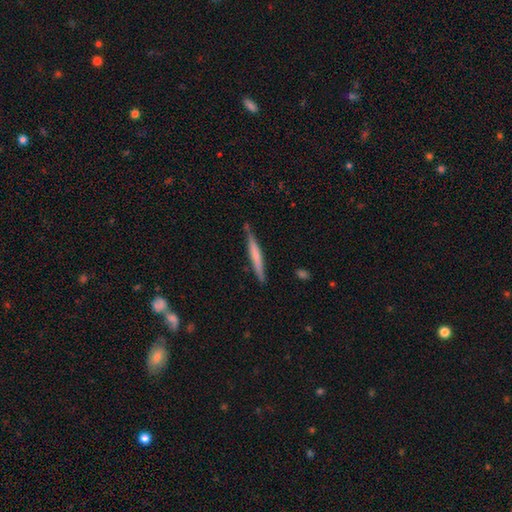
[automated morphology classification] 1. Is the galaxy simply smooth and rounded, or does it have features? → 53% smooth, 42% featured or disk, 6% star or artifact.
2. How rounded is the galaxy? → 95% cigar-shaped, 3% in between, 1% round.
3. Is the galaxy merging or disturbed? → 81% none, 15% minor disturbance, 3% merger, 2% major disturbance.